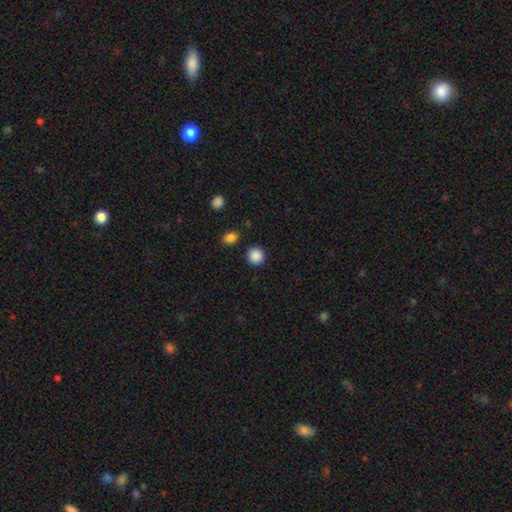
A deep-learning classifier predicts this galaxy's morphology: smooth_or_featured: smooth (p=0.88) [alt: star or artifact p=0.09]
how_rounded: round (p=0.92) [alt: in between p=0.07]
merging: none (p=0.89) [alt: minor disturbance p=0.06]